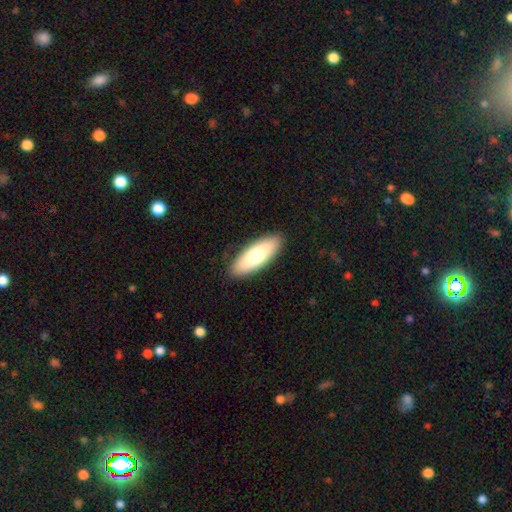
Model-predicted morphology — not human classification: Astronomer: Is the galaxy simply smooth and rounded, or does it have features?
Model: smooth — 72%.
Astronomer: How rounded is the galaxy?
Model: in between — 68%.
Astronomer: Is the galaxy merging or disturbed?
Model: none — 89%.